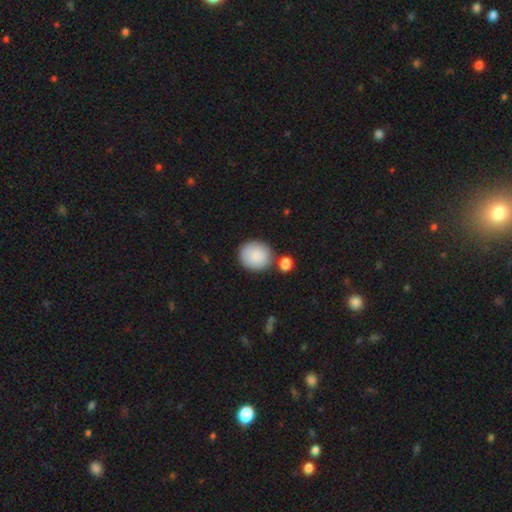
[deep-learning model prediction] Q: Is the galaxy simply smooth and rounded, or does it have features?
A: smooth — 88%.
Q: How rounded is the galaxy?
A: round — 81%.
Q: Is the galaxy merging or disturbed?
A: none — 73%.